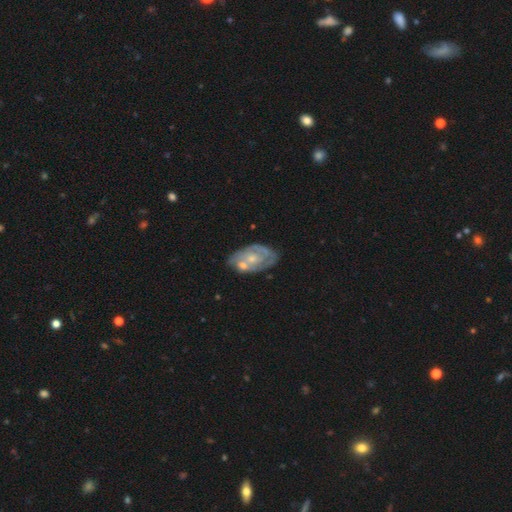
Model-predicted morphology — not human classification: This is likely a featured or disk galaxy (68%). It is clearly not viewed edge-on (96%). Bar: likely no (79%). Spiral arm pattern: possibly yes (60%). Central bulge: possibly small (56%). Merging: possibly none (49%).